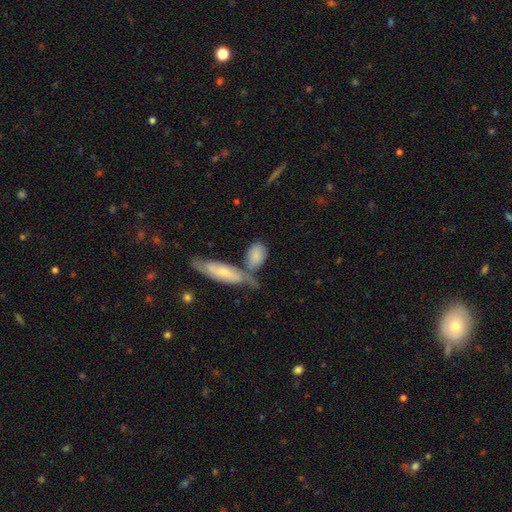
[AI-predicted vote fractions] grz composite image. It shows a smooth galaxy with no disk features (76%) that is in between round and cigar-shaped (80%). Merging: merger (43%).